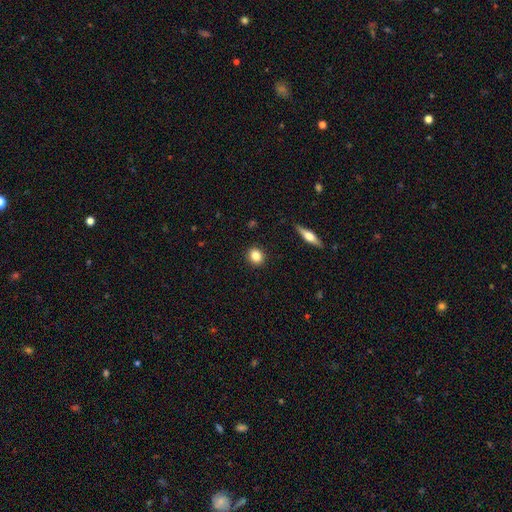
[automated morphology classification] Smooth or featured? Predicted: smooth (p=0.83). How rounded? Predicted: round (p=0.75). Merging? Predicted: none (p=0.92).